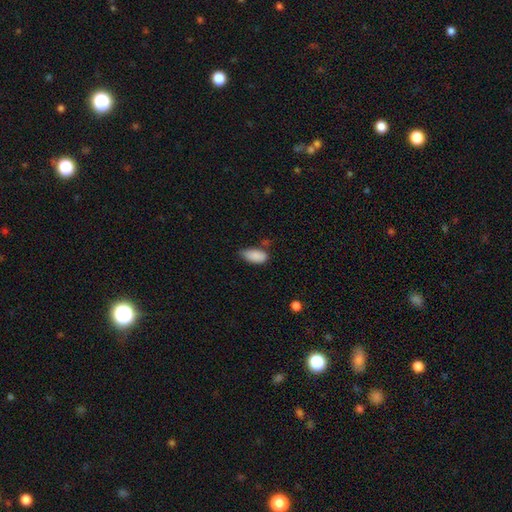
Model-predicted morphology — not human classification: This is clearly a smooth galaxy (88%). How rounded: clearly in between (92%). Merging: possibly none (56%).